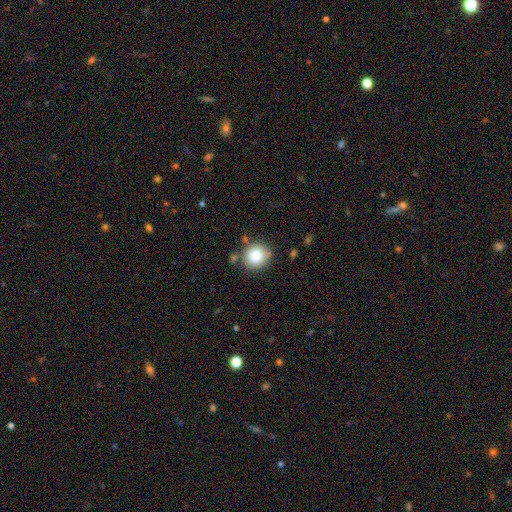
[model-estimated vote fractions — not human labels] smooth 85%, star or artifact 9%, featured or disk 6%. Down the decision tree: how rounded — round (85%); merging — none (76%).